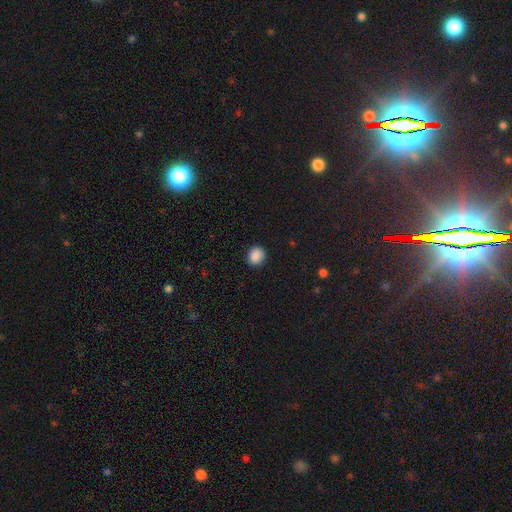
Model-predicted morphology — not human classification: Overall: smooth (88%). How rounded: round (77%). Merging: none (90%).